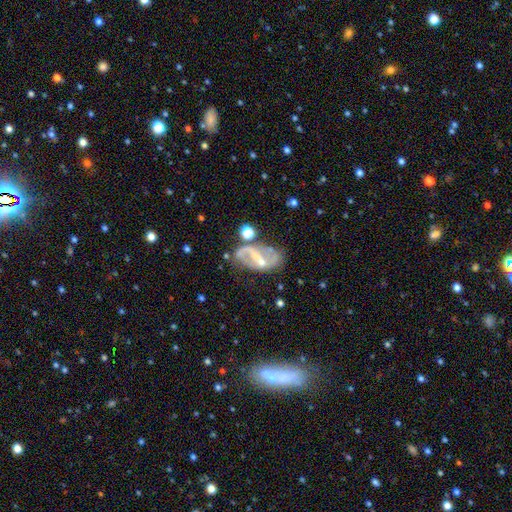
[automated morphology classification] Smooth or featured?
  - featured or disk: 80% *
  - smooth: 12%
  - star or artifact: 8%
Edge-on disk?
  - no: 95% *
  - yes: 5%
Bar?
  - strong: 41% *
  - weak: 38%
  - no: 21%
Spiral arms?
  - yes: 83% *
  - no: 17%
Spiral winding?
  - medium: 43% *
  - loose: 37%
  - tight: 20%
Spiral arm count?
  - 2: 80% *
  - can't tell: 10%
  - 1: 6%
  - 3: 2%
  - 4: 1%
  - more than 4: 1%
Bulge size?
  - small: 62% *
  - moderate: 29%
  - none: 7%
  - large: 2%
  - dominant: 1%
Merging?
  - none: 58% *
  - minor disturbance: 20%
  - major disturbance: 13%
  - merger: 9%